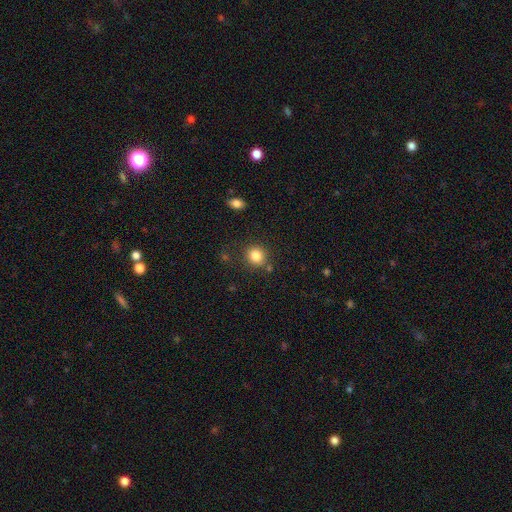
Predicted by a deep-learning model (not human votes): Q: Smooth or featured?
A: smooth (83%); runner-up: star or artifact (11%)
Q: How rounded?
A: round (85%); runner-up: in between (14%)
Q: Merging?
A: none (80%); runner-up: minor disturbance (11%)